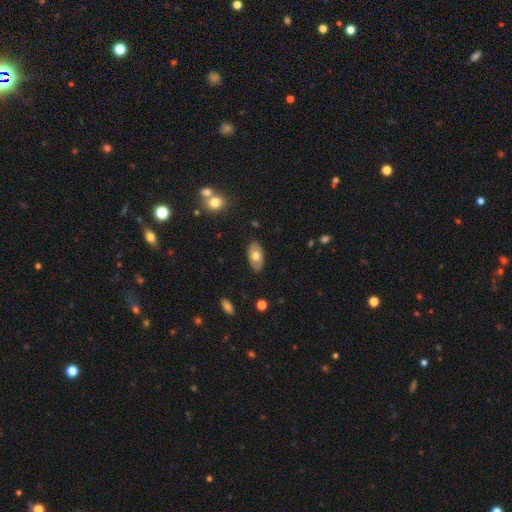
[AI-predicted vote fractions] Smooth or featured?
  - smooth: 65% *
  - featured or disk: 28%
  - star or artifact: 6%
How rounded?
  - in between: 93% *
  - round: 5%
  - cigar-shaped: 2%
Merging?
  - none: 85% *
  - minor disturbance: 12%
  - major disturbance: 2%
  - merger: 1%